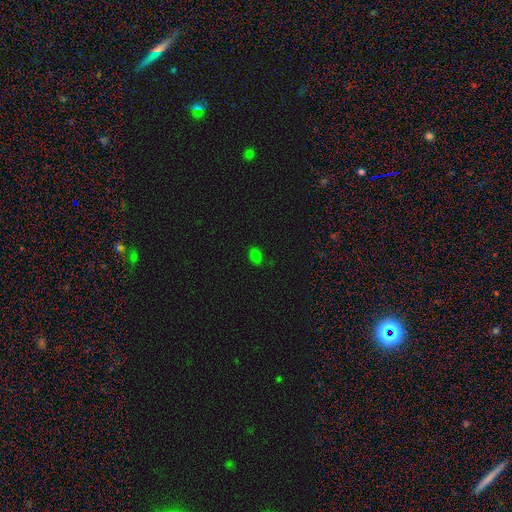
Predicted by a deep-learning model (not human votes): Smooth or featured: smooth — 78% (star or artifact — 18%)
How rounded: in between — 78% (round — 21%)
Merging: none — 85% (minor disturbance — 11%)